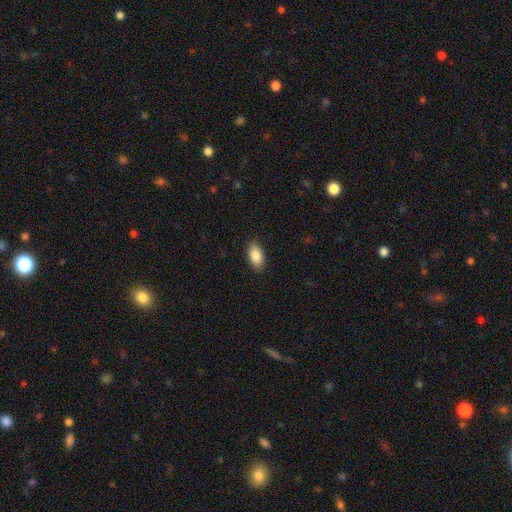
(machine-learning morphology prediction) A smooth galaxy with no disk features (88%) that is in between round and cigar-shaped (94%).

Vote fractions:
- Smooth or featured? smooth: 88% / star or artifact: 7% / featured or disk: 6%
- How rounded? in between: 94% / round: 3% / cigar-shaped: 3%
- Merging? none: 88% / minor disturbance: 9% / major disturbance: 2% / merger: 1%